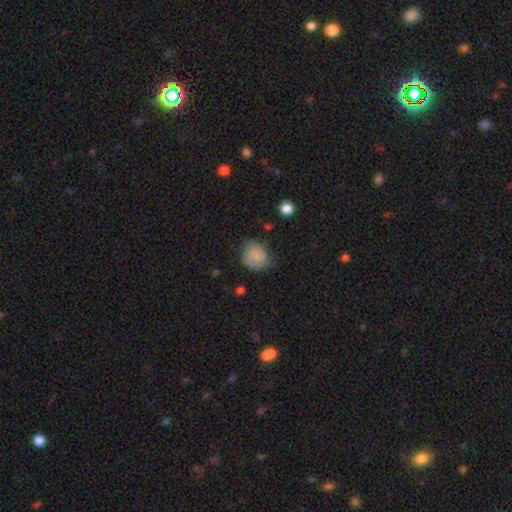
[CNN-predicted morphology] smooth_or_featured: smooth (p=0.76) [alt: featured or disk p=0.14]
how_rounded: round (p=0.65) [alt: in between p=0.34]
merging: none (p=0.62) [alt: minor disturbance p=0.28]